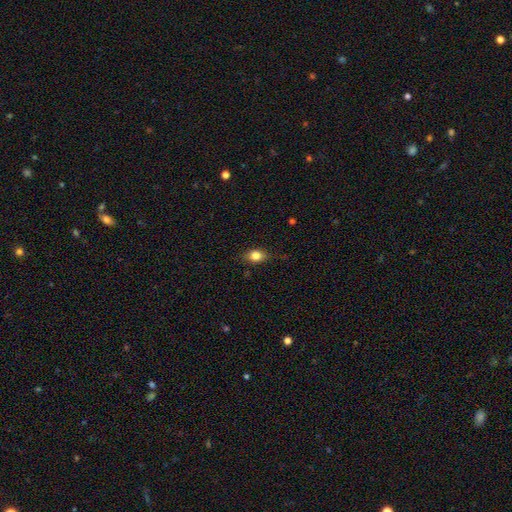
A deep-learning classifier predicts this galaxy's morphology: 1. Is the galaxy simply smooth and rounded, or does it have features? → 82% smooth, 10% star or artifact, 9% featured or disk.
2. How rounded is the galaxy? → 65% in between, 32% round, 3% cigar-shaped.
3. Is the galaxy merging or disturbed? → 79% none, 16% minor disturbance, 3% major disturbance, 1% merger.